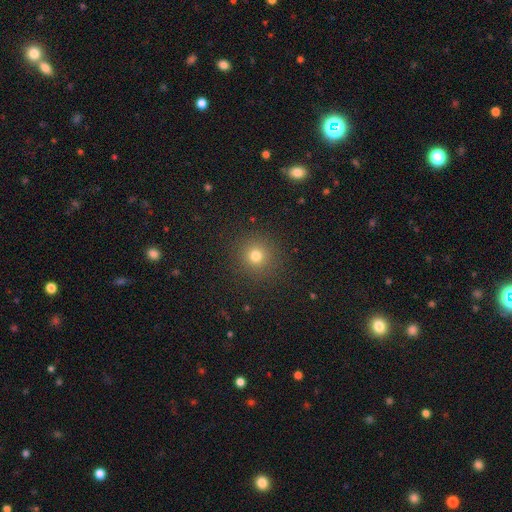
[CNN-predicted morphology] This appears to be a smooth galaxy with no disk features (76%) that is round (93%). Merging: none (90%).